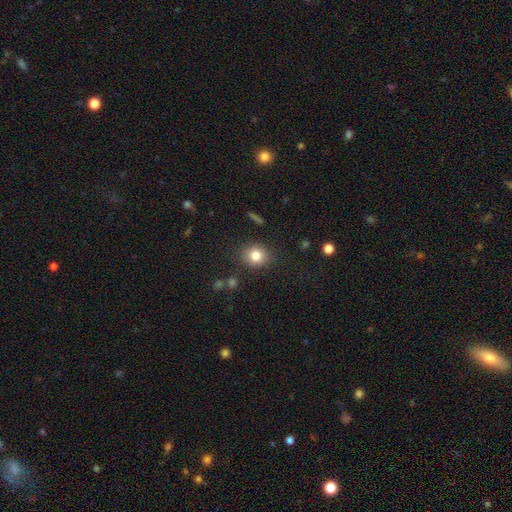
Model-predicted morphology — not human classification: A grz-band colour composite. It shows a smooth galaxy with no disk features (81%) that is round (73%). Merging: none (85%).